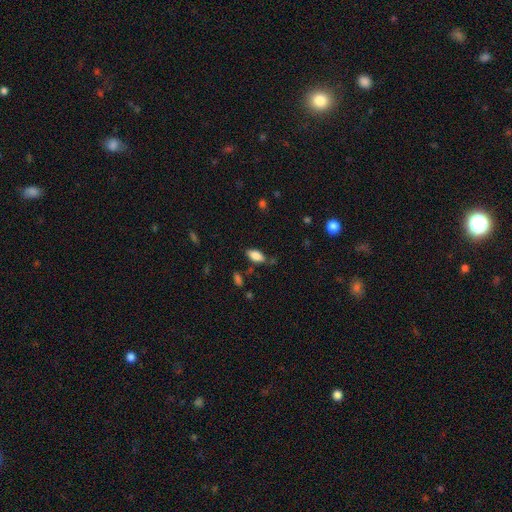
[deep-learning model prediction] This appears to be a smooth galaxy with no disk features (82%) that is in between round and cigar-shaped (89%). Merging: none (70%).